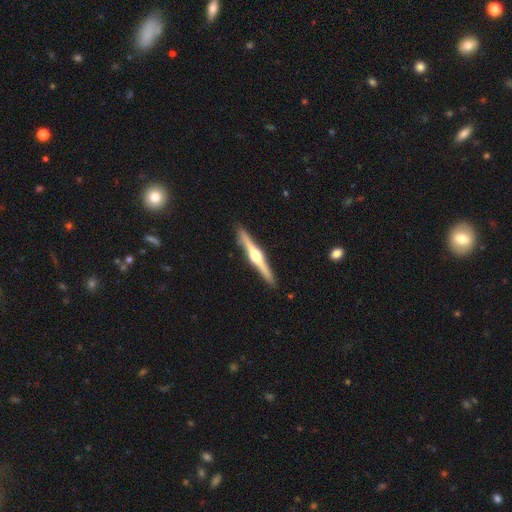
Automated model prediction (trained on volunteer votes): The model was most divided on "smooth or featured": featured or disk: 80%, smooth: 16%, star or artifact: 4%. More confident: edge-on disk — yes (98%); edge-on bulge — rounded (95%); merging — none (92%).